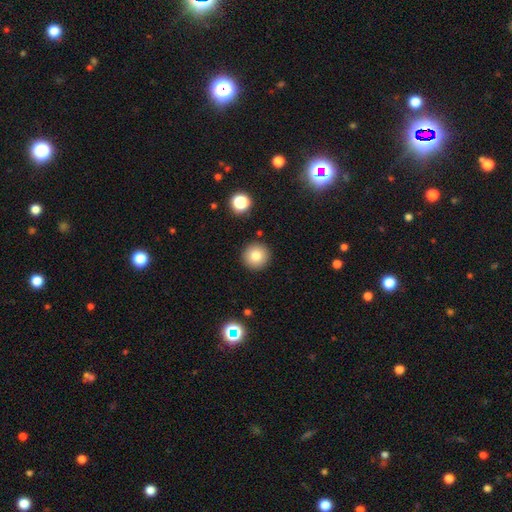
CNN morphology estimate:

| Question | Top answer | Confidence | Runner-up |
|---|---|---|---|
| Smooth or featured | smooth | 80% | star or artifact (11%) |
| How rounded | round | 96% | in between (3%) |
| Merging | none | 90% | minor disturbance (6%) |